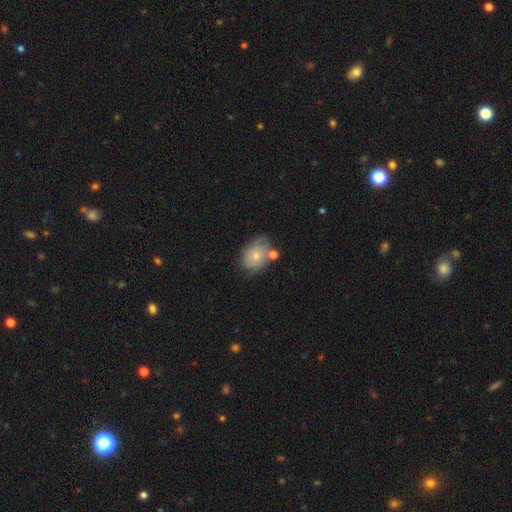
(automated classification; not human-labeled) A smooth galaxy with no disk features (66%) that is in between round and cigar-shaped (62%).

Vote fractions:
- Smooth or featured? smooth: 66% / featured or disk: 25% / star or artifact: 8%
- How rounded? in between: 62% / round: 37% / cigar-shaped: 1%
- Merging? none: 49% / minor disturbance: 25% / merger: 18% / major disturbance: 8%